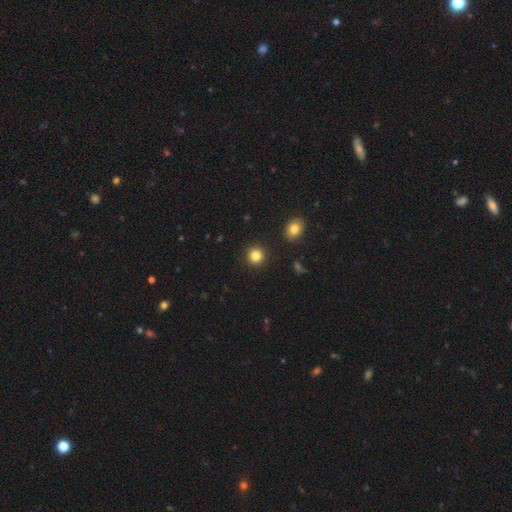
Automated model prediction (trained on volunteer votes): smooth_or_featured: smooth (p=0.83) [alt: star or artifact p=0.11]
how_rounded: round (p=0.92) [alt: in between p=0.07]
merging: none (p=0.92) [alt: minor disturbance p=0.05]